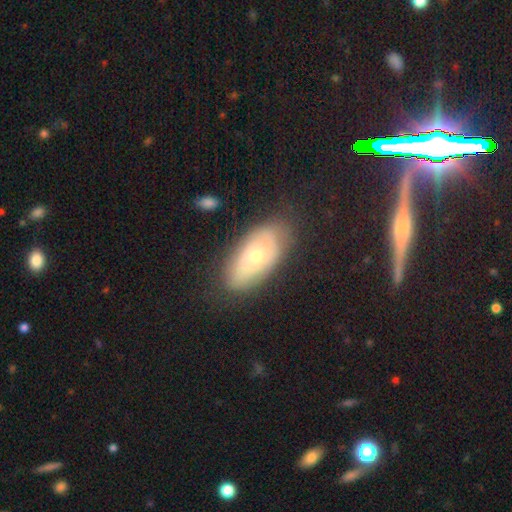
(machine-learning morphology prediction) Overall: featured or disk (47%; smooth 46%). Merging: none (73%).